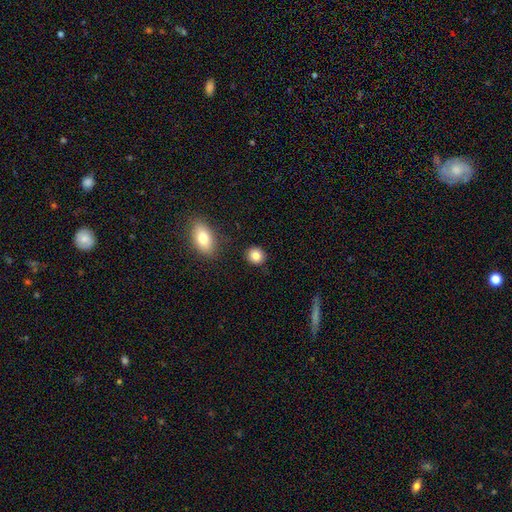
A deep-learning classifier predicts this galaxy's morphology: Smooth or featured? Predicted: smooth (p=0.84). How rounded? Predicted: round (p=0.81). Merging? Predicted: none (p=0.87).